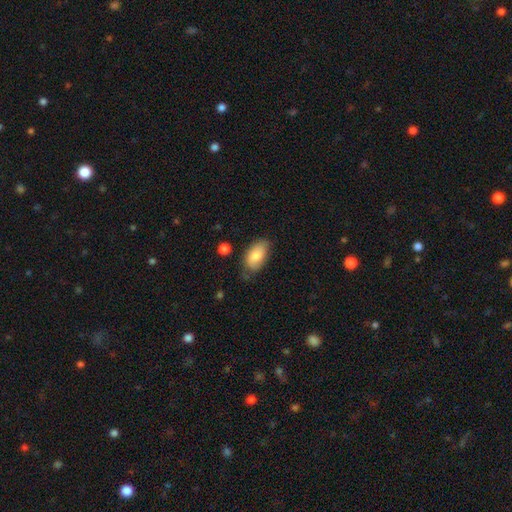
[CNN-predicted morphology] This is clearly a smooth galaxy (82%). How rounded: clearly in between (94%). Merging: likely none (67%).